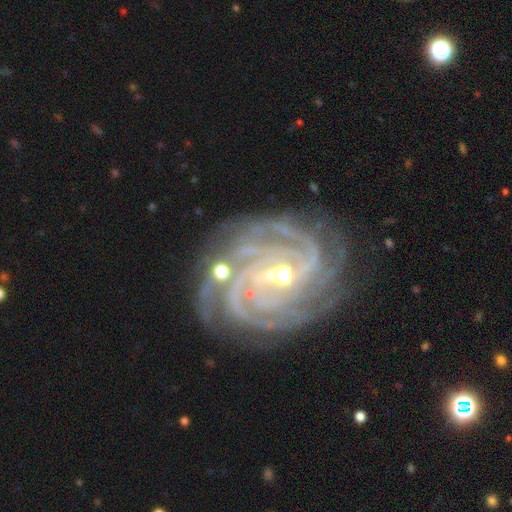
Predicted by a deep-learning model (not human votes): This appears to be a featured or disk galaxy (92%) with a strong bar (46%), 4 (34%) tight (80%) spiral arms (99%) and a small central bulge (56%). Merging: none (80%).